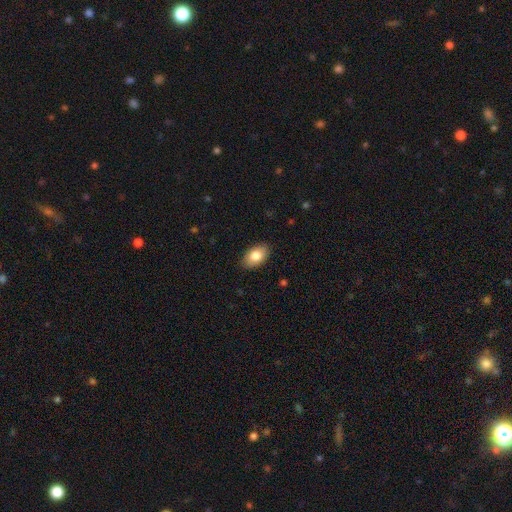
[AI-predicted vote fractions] This is clearly a smooth galaxy (83%). How rounded: clearly in between (91%). Merging: clearly none (88%).